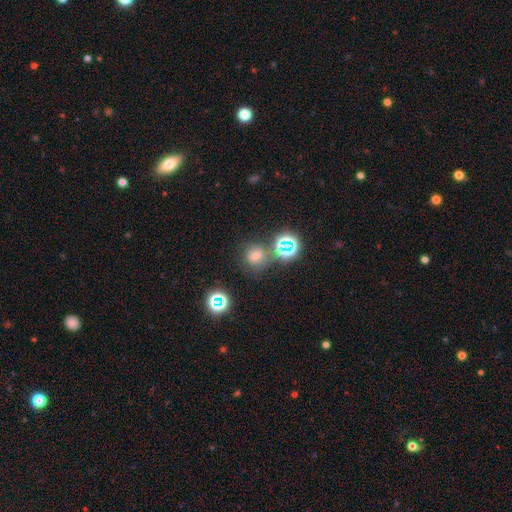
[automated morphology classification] type=smooth (59%); roundness=round (85%); merging=none (71%).